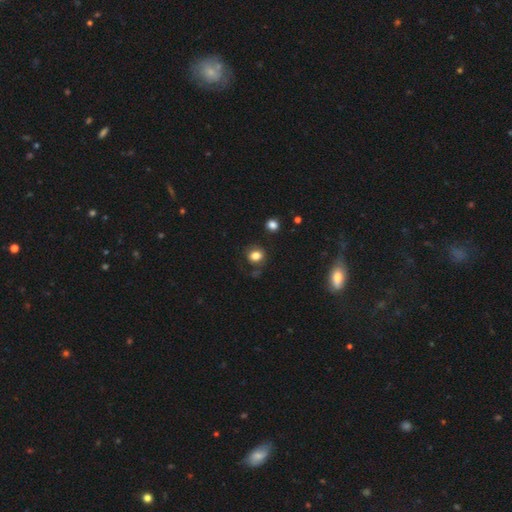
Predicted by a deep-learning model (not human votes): Q: Smooth or featured?
A: smooth (81%); runner-up: star or artifact (12%)
Q: How rounded?
A: round (70%); runner-up: in between (29%)
Q: Merging?
A: none (78%); runner-up: minor disturbance (14%)